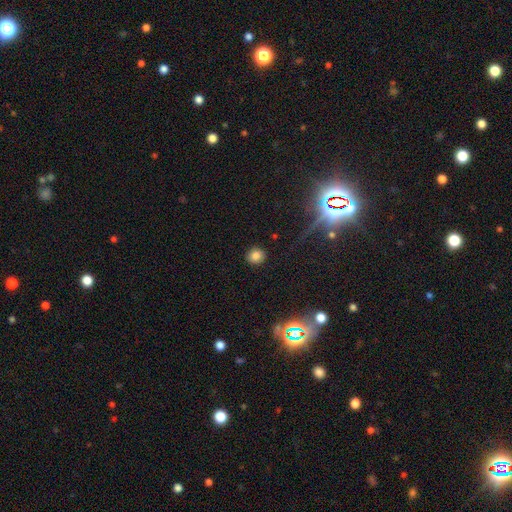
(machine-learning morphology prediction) This appears to be a smooth galaxy with no disk features (81%) that is round (85%). Merging: none (90%).